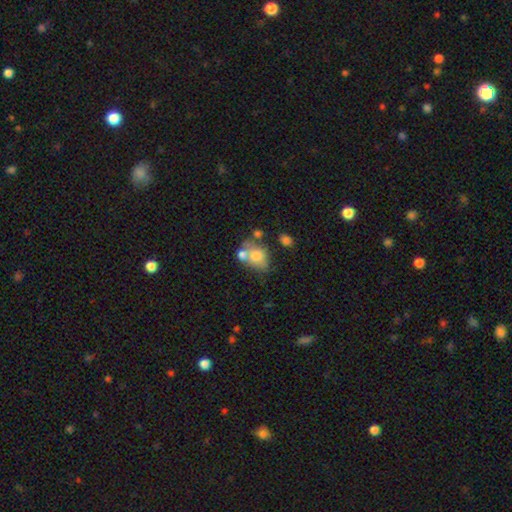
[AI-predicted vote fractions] Q: Smooth or featured?
A: smooth (66%); runner-up: featured or disk (24%)
Q: How rounded?
A: in between (64%); runner-up: round (35%)
Q: Merging?
A: merger (39%); runner-up: none (31%)